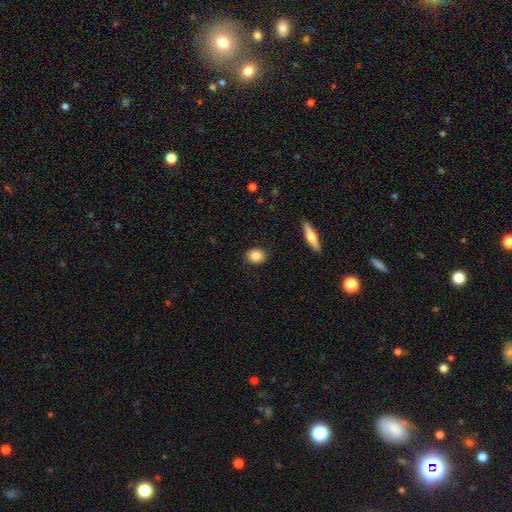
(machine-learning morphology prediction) Smooth or featured: smooth — 84% (featured or disk — 9%)
How rounded: in between — 50% (round — 48%)
Merging: none — 89% (minor disturbance — 8%)